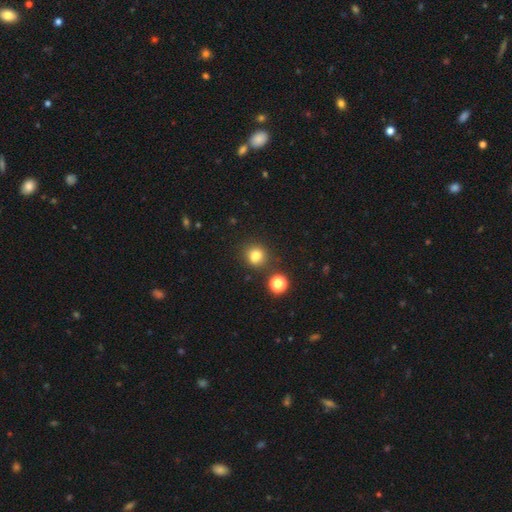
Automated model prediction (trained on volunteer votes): This is likely a smooth galaxy (79%). How rounded: likely round (77%). Merging: likely none (73%).